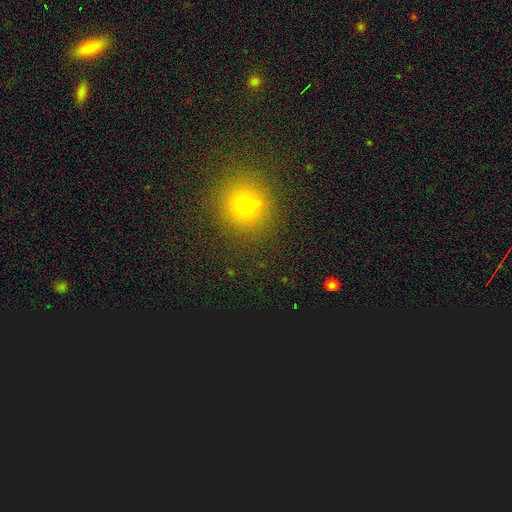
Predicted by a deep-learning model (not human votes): Q: Smooth or featured?
A: smooth (62%); runner-up: star or artifact (31%)
Q: How rounded?
A: round (91%); runner-up: in between (7%)
Q: Merging?
A: none (92%); runner-up: minor disturbance (5%)